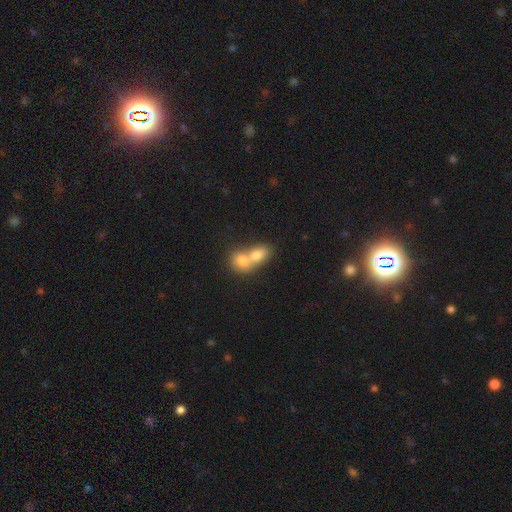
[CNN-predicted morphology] Smooth or featured: smooth — 72% (featured or disk — 18%)
How rounded: in between — 59% (round — 38%)
Merging: merger — 77% (none — 16%)